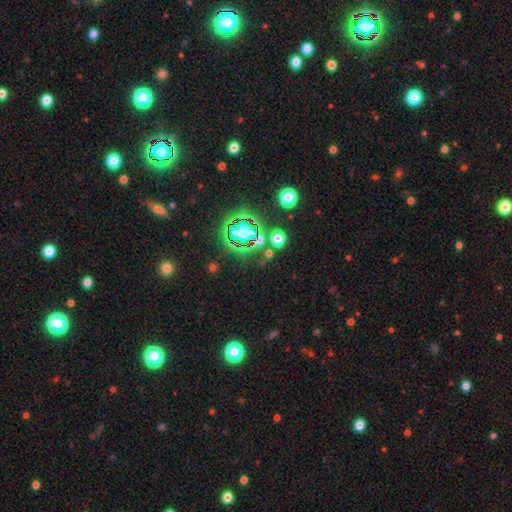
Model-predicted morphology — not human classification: Overall: star or artifact (76%).